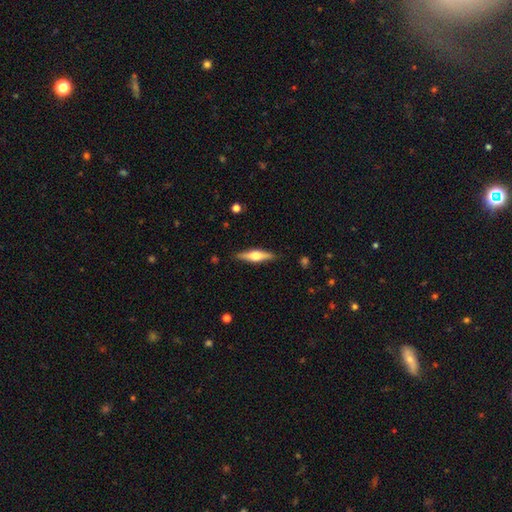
Smooth or featured?
  - featured or disk: 57% *
  - smooth: 38%
  - star or artifact: 5%
Edge-on disk?
  - yes: 95% *
  - no: 5%
Edge-on bulge?
  - rounded: 95% *
  - boxy: 5%
  - none: 0%
Merging?
  - none: 97% *
  - minor disturbance: 3%
  - major disturbance: 0%
  - merger: 0%